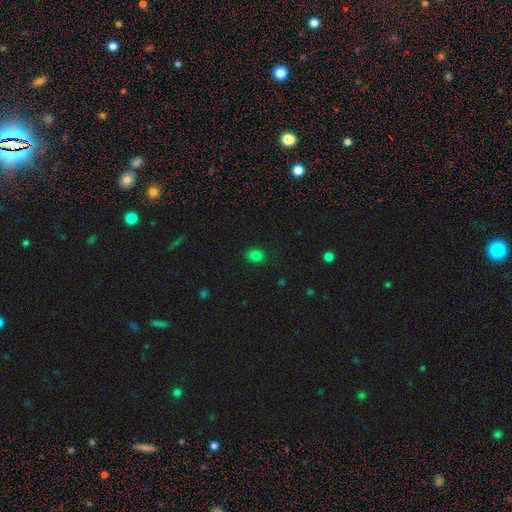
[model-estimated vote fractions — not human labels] A smooth galaxy with no disk features (81%) that is in between round and cigar-shaped (64%). Merging: none (85%).